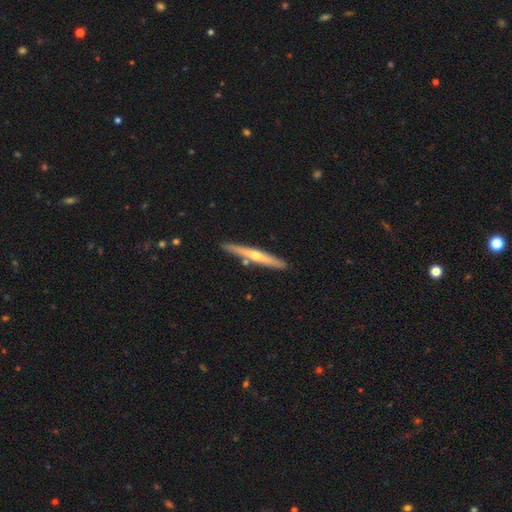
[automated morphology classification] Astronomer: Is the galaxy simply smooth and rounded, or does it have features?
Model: featured or disk — 62%.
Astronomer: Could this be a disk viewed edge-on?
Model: yes — 95%.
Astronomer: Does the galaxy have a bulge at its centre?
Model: rounded — 76%.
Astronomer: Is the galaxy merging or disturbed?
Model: none — 84%.